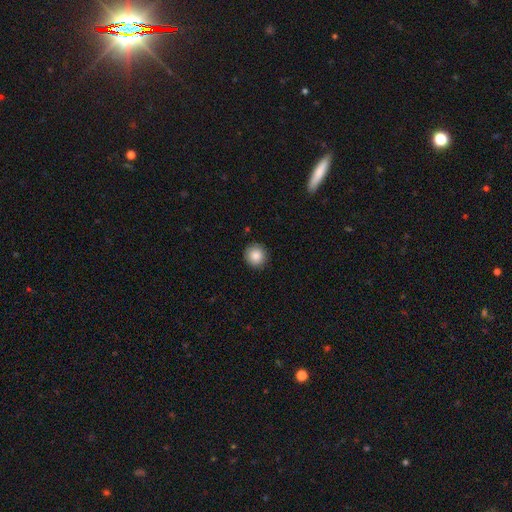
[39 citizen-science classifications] smooth 87%, featured or disk 10%, star or artifact 3%. Down the decision tree: how rounded — round (97%); merging — none (92%).